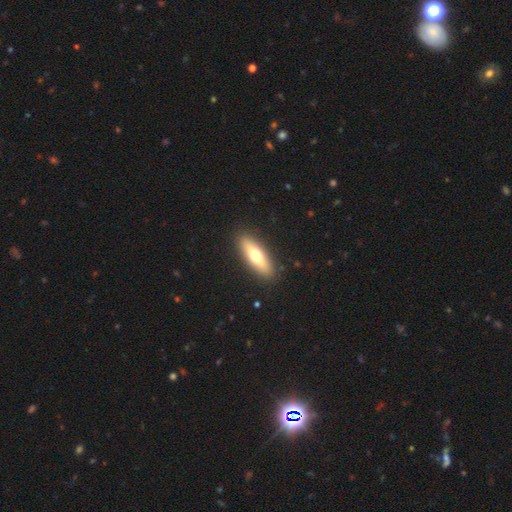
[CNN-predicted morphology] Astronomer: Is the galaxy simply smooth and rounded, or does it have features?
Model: smooth — 62%.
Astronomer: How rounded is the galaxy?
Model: in between — 52% (runner-up: cigar-shaped, 45%).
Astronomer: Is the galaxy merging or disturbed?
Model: none — 90%.